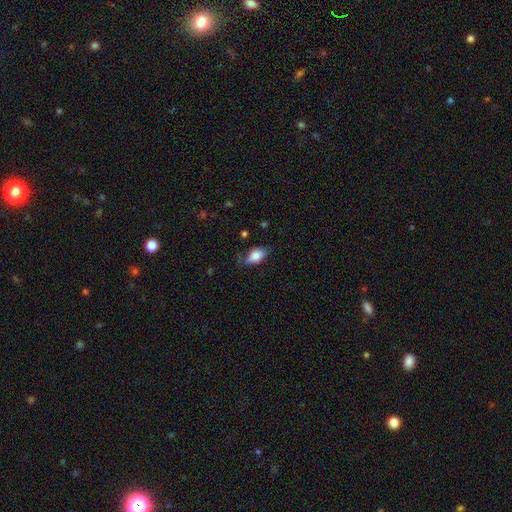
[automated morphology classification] Q: Smooth or featured?
A: smooth (80%); runner-up: featured or disk (13%)
Q: How rounded?
A: in between (90%); runner-up: round (5%)
Q: Merging?
A: none (65%); runner-up: minor disturbance (26%)